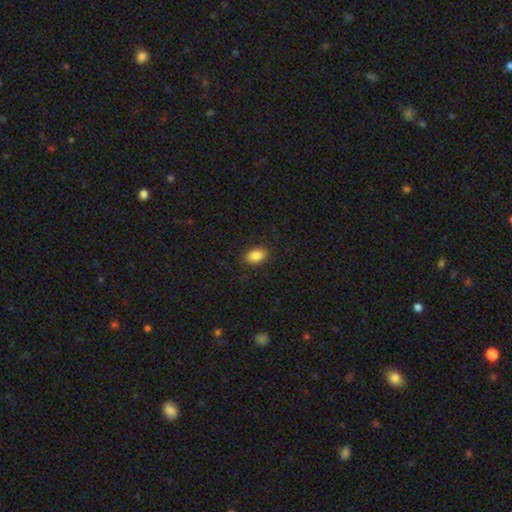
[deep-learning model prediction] The model was most divided on "smooth or featured": smooth: 85%, star or artifact: 8%, featured or disk: 6%. More confident: how rounded — in between (88%); merging — none (87%).